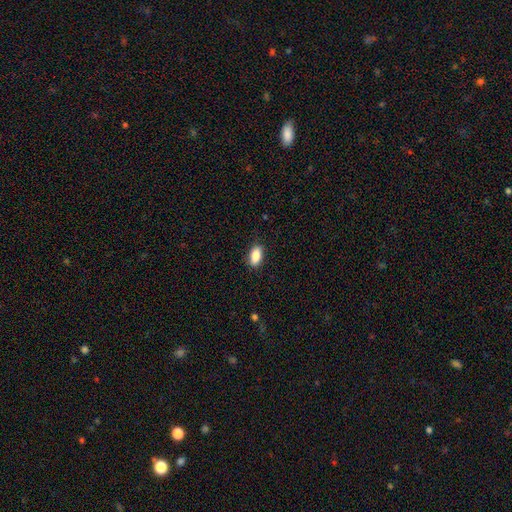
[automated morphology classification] Smooth or featured: smooth — 87% (star or artifact — 7%)
How rounded: in between — 89% (cigar-shaped — 7%)
Merging: none — 86% (minor disturbance — 11%)